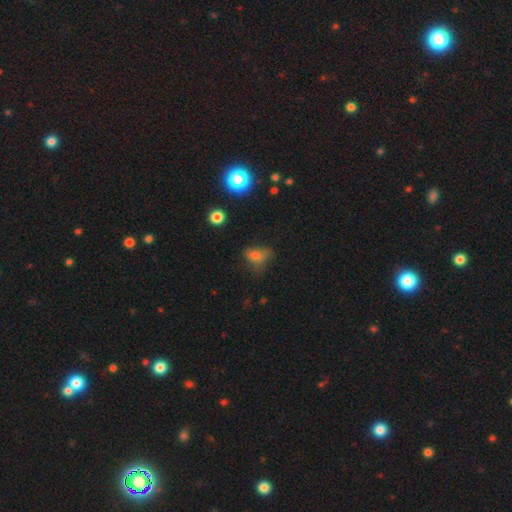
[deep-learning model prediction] This appears to be a smooth galaxy with no disk features (68%) that is in between round and cigar-shaped (77%). Merging: none (41%).